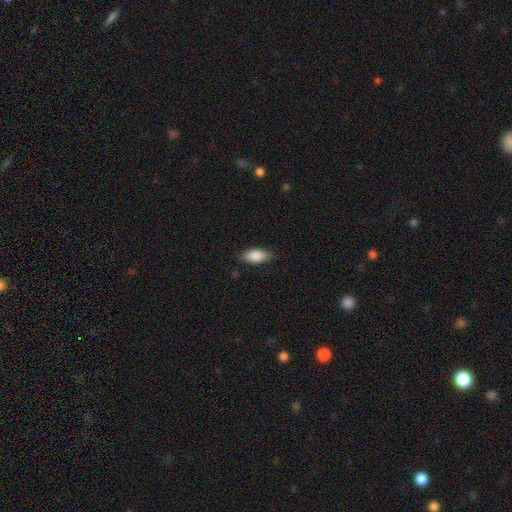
Overall: smooth (90%). How rounded: in between (86%). Merging: none (95%).